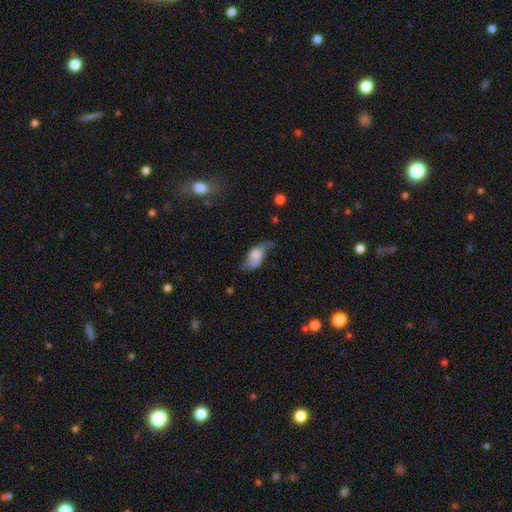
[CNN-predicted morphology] This appears to be a smooth galaxy with no disk features (47%). Merging: none (44%).